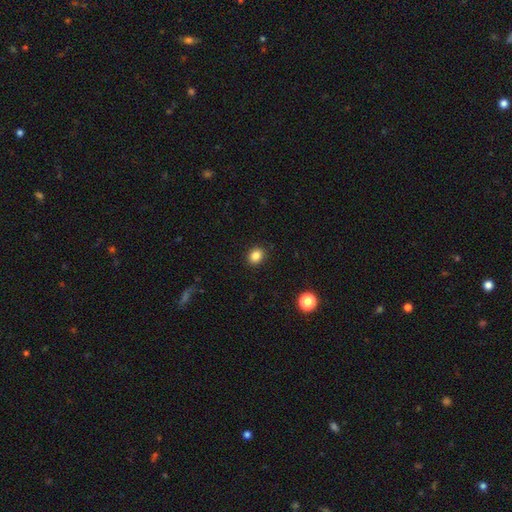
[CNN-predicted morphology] Smooth or featured? Predicted: smooth (p=0.85). How rounded? Predicted: round (p=0.60). Merging? Predicted: none (p=0.90).